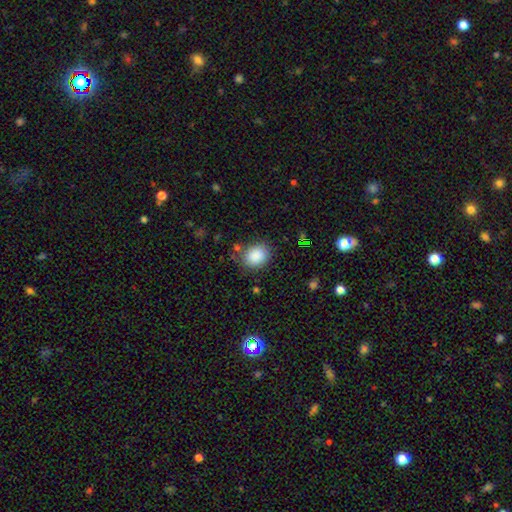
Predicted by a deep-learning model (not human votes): Morphology: type=smooth (87%); roundness=round (61%); merging=none (80%).